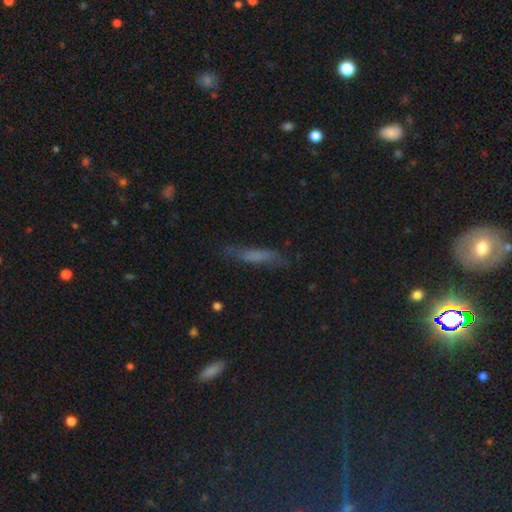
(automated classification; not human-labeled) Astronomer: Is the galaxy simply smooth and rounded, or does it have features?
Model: smooth — 56%.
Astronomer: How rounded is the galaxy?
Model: cigar-shaped — 83%.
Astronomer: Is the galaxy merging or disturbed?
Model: none — 70%.